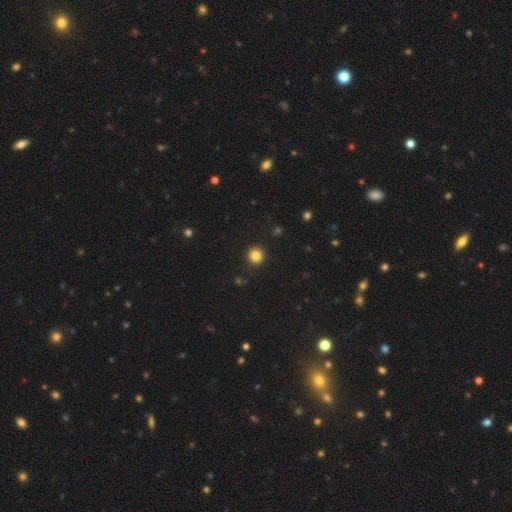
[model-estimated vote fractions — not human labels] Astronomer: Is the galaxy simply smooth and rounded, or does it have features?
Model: smooth — 84%.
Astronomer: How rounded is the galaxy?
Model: round — 93%.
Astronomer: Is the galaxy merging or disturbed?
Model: none — 92%.